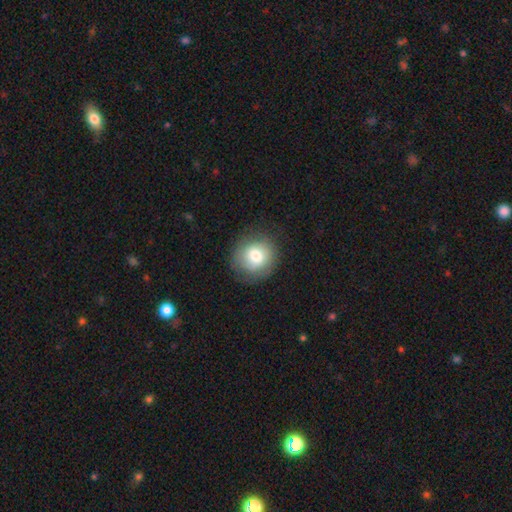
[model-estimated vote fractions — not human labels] The model was most divided on "smooth or featured": smooth: 71%, featured or disk: 20%, star or artifact: 9%. More confident: how rounded — round (85%); merging — none (80%).